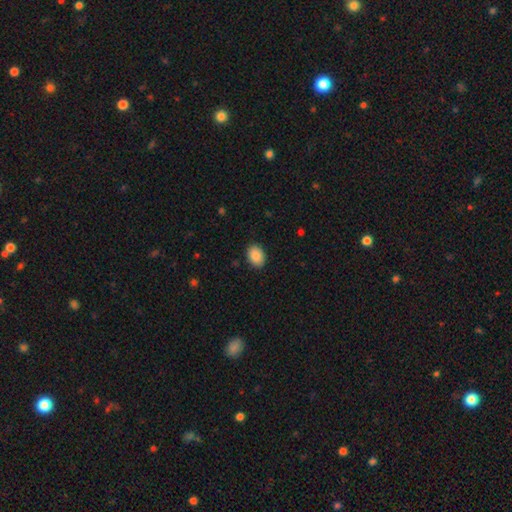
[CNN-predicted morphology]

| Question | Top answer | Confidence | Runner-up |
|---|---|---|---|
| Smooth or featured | smooth | 90% | star or artifact (7%) |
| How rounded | in between | 76% | round (23%) |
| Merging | none | 89% | minor disturbance (8%) |